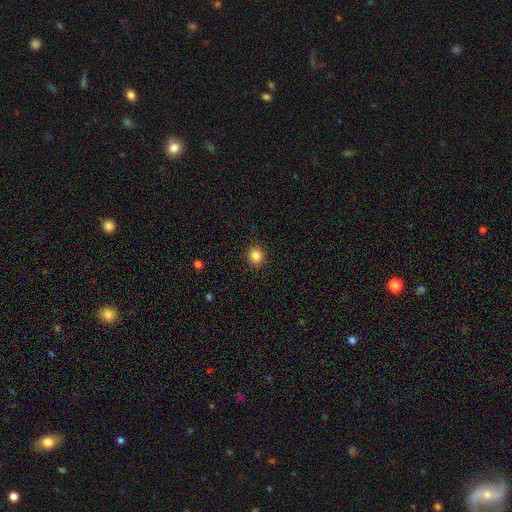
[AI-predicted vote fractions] A smooth galaxy with no disk features (86%) that is round (83%).

Vote fractions:
- Smooth or featured? smooth: 86% / star or artifact: 11% / featured or disk: 4%
- How rounded? round: 83% / in between: 16% / cigar-shaped: 1%
- Merging? none: 90% / minor disturbance: 6% / major disturbance: 2% / merger: 1%